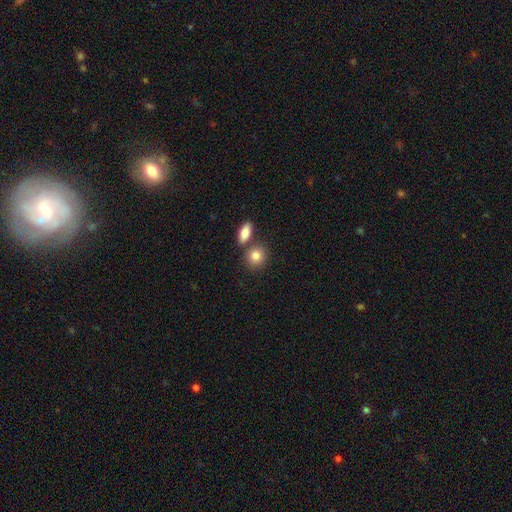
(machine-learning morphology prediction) A smooth galaxy with no disk features (84%) that is round (70%). Merging: none (66%).